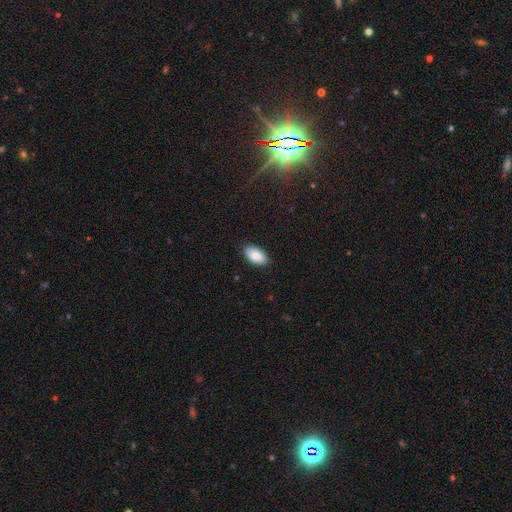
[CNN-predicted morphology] Smooth or featured? smooth (86%)
How rounded? in between (95%)
Merging? none (86%)